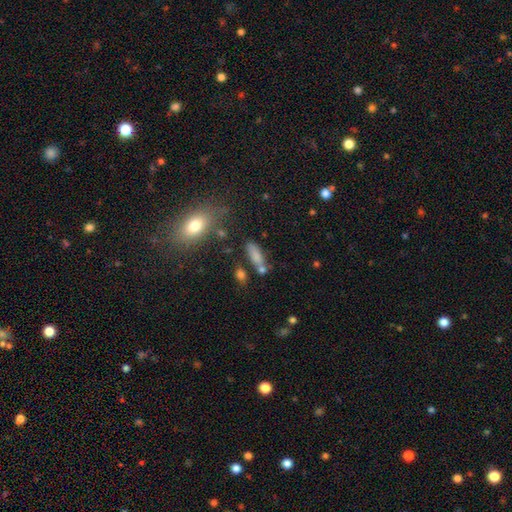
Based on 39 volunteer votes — Smooth or featured: smooth — 82% (featured or disk — 10%)
How rounded: in between — 56% (cigar-shaped — 44%)
Merging: none — 56% (merger — 33%)